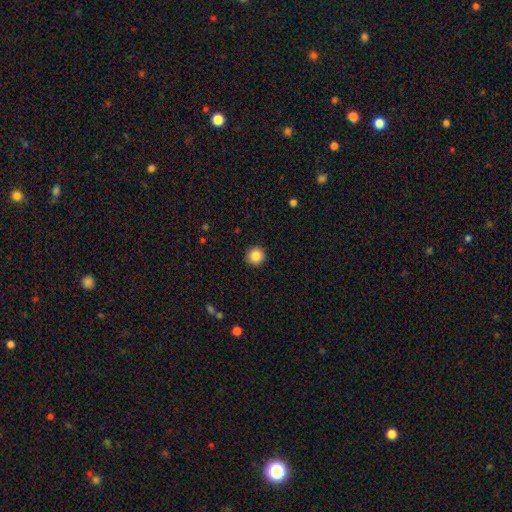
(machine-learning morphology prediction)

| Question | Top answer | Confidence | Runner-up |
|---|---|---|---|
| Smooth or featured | smooth | 86% | star or artifact (9%) |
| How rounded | round | 95% | in between (4%) |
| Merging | none | 92% | minor disturbance (5%) |